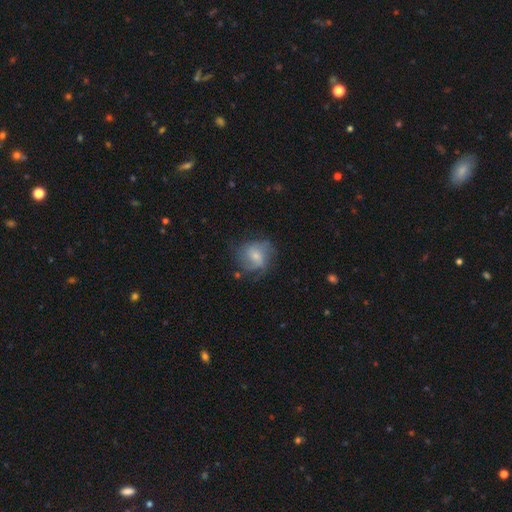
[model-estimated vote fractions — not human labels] Overall: featured or disk (53%; smooth 40%). Edge-on disk: no (98%). Bar: no (56%; weak 37%). Spiral arms: yes (80%). Bulge size: small (50%; moderate 41%). Merging: none (59%; minor disturbance 25%).